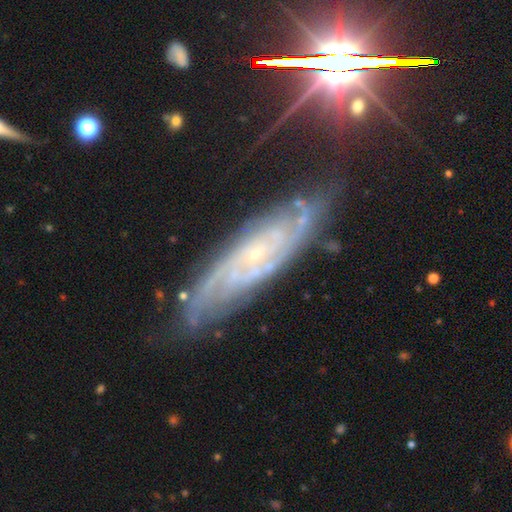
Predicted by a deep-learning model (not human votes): This is clearly a featured or disk galaxy (84%). It is clearly not viewed edge-on (85%). Bar: likely no (64%). Spiral arm pattern: clearly yes (97%). Spiral arm count: marginally can't tell (38%). Spiral winding: likely tight (69%). Central bulge: clearly small (82%). Merging: likely none (77%).